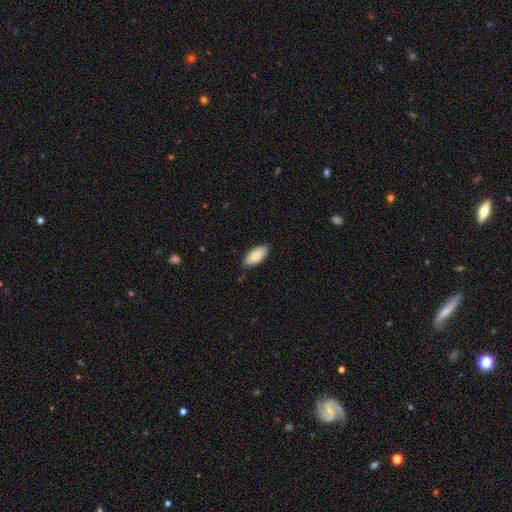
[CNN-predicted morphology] Smooth or featured?
  - smooth: 86% *
  - featured or disk: 8%
  - star or artifact: 6%
How rounded?
  - in between: 92% *
  - cigar-shaped: 7%
  - round: 2%
Merging?
  - none: 86% *
  - minor disturbance: 11%
  - major disturbance: 2%
  - merger: 1%